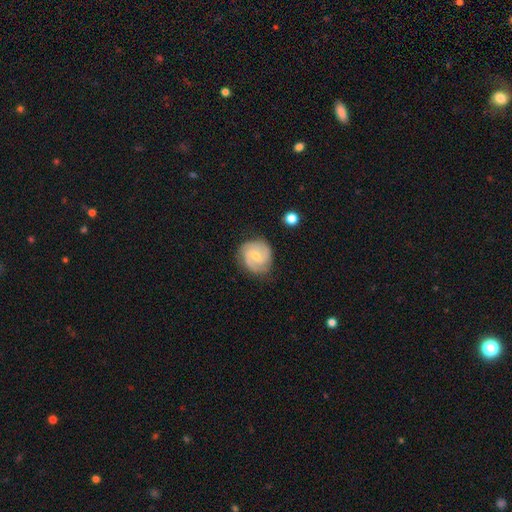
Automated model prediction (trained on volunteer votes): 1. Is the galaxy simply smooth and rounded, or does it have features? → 77% featured or disk, 18% smooth, 6% star or artifact.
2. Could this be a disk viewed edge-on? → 98% no, 2% yes.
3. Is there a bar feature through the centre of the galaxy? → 51% no, 42% weak, 7% strong.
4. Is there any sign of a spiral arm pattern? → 95% yes, 5% no.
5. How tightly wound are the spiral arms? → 50% tight, 41% medium, 9% loose.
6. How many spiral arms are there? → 52% 2, 26% 3, 13% can't tell, 3% 1, 3% 4, 3% more than 4.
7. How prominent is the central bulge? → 55% small, 42% moderate, 2% none, 1% large, 1% dominant.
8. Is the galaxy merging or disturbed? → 78% none, 16% minor disturbance, 4% major disturbance, 1% merger.